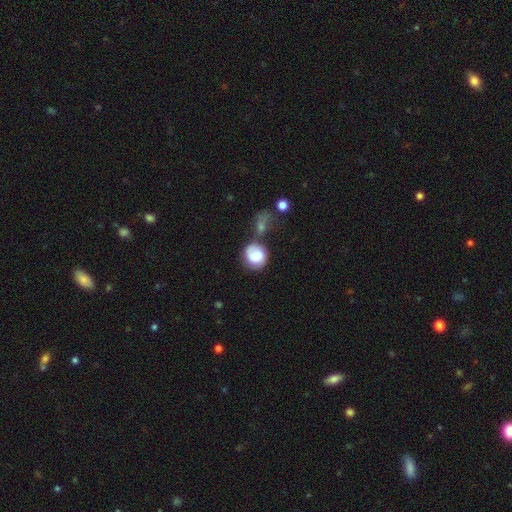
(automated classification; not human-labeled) Smooth or featured?
  - smooth: 70% *
  - featured or disk: 23%
  - star or artifact: 8%
How rounded?
  - round: 80% *
  - in between: 19%
  - cigar-shaped: 1%
Merging?
  - none: 40% *
  - minor disturbance: 22%
  - merger: 22%
  - major disturbance: 15%